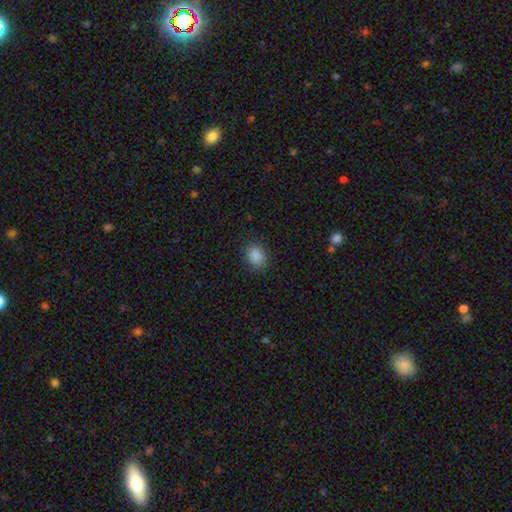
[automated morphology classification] Smooth or featured?
  - smooth: 88% *
  - star or artifact: 9%
  - featured or disk: 3%
How rounded?
  - round: 56% *
  - in between: 43%
  - cigar-shaped: 1%
Merging?
  - none: 86% *
  - minor disturbance: 11%
  - major disturbance: 3%
  - merger: 1%